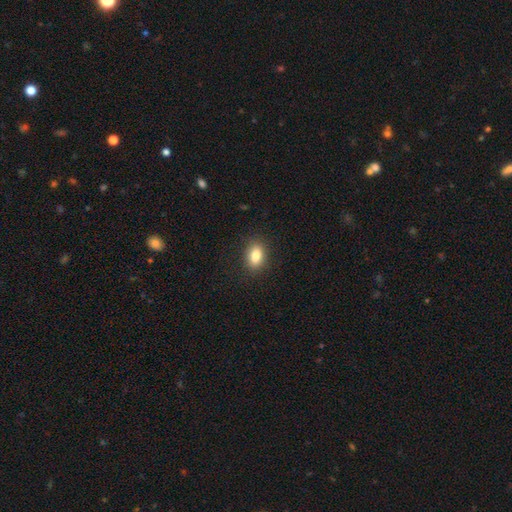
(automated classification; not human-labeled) Smooth or featured?
  - smooth: 84% *
  - star or artifact: 9%
  - featured or disk: 7%
How rounded?
  - in between: 83% *
  - round: 14%
  - cigar-shaped: 3%
Merging?
  - none: 87% *
  - minor disturbance: 9%
  - major disturbance: 3%
  - merger: 1%